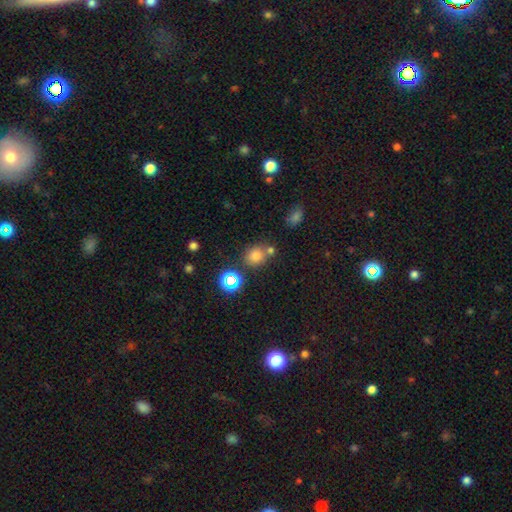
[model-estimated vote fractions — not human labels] This is likely a smooth galaxy (73%). How rounded: likely round (72%). Merging: likely none (64%).